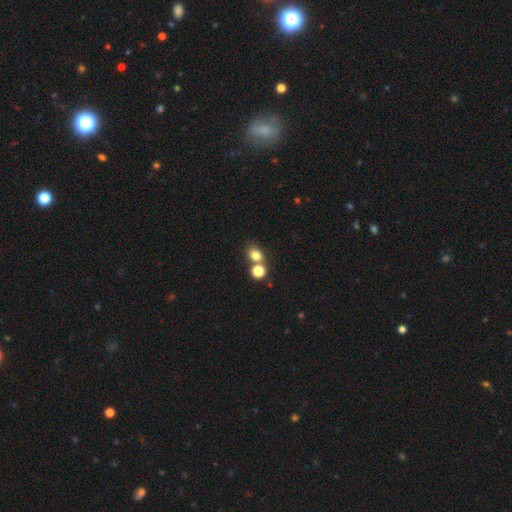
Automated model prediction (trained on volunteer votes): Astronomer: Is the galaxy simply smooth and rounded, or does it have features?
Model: smooth — 76%.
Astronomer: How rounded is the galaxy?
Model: round — 57% (runner-up: in between, 42%).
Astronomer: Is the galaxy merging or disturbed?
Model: none — 54% (runner-up: merger, 34%).